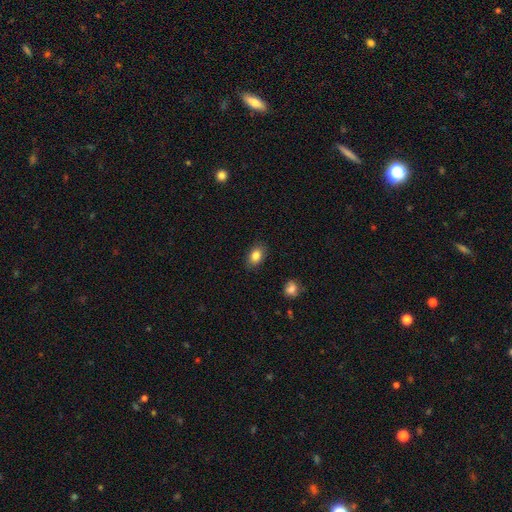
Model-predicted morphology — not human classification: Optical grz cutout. It shows a smooth galaxy with no disk features (85%) that is in between round and cigar-shaped (84%). Merging: none (86%).